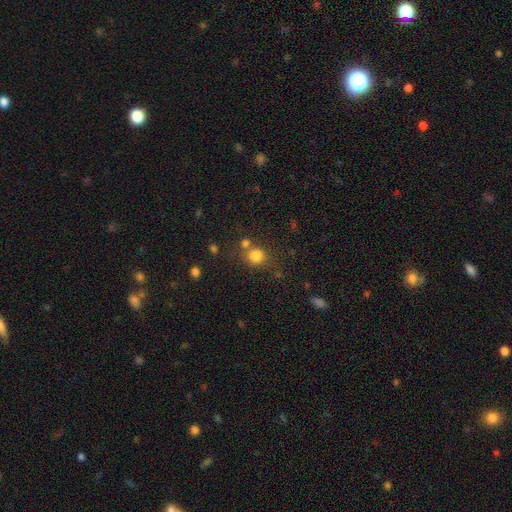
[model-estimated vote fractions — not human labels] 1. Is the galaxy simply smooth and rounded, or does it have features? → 81% smooth, 13% star or artifact, 6% featured or disk.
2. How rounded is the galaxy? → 78% round, 21% in between, 1% cigar-shaped.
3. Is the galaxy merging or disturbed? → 61% none, 22% merger, 12% minor disturbance, 5% major disturbance.